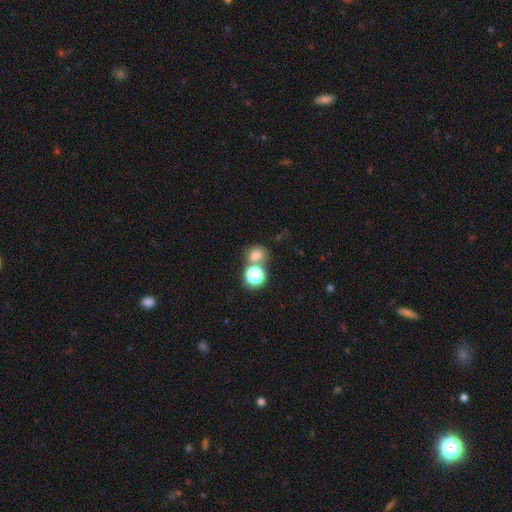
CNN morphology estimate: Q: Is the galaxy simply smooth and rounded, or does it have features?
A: smooth — 70%.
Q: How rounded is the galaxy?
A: round — 75%.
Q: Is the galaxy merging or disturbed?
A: none — 57%.